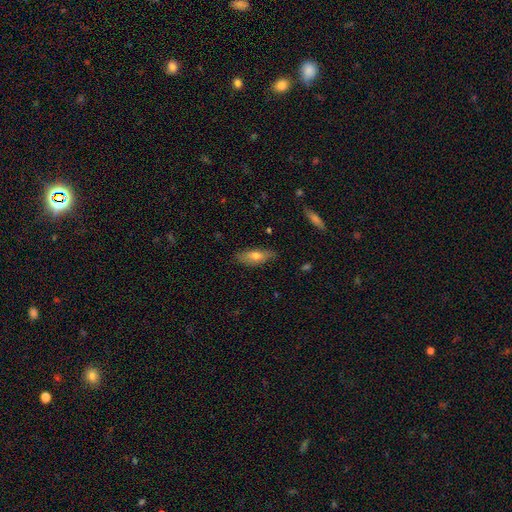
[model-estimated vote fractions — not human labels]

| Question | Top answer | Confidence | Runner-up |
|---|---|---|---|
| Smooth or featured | smooth | 65% | featured or disk (28%) |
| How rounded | in between | 63% | cigar-shaped (34%) |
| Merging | none | 79% | minor disturbance (17%) |